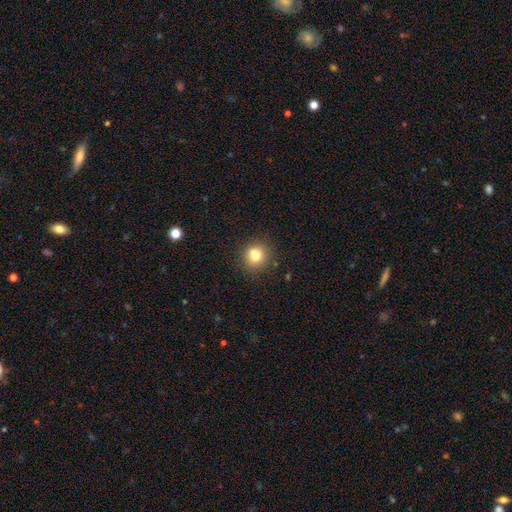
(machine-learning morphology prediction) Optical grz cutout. It shows a smooth galaxy with no disk features (77%) that is round (83%). Merging: none (75%).